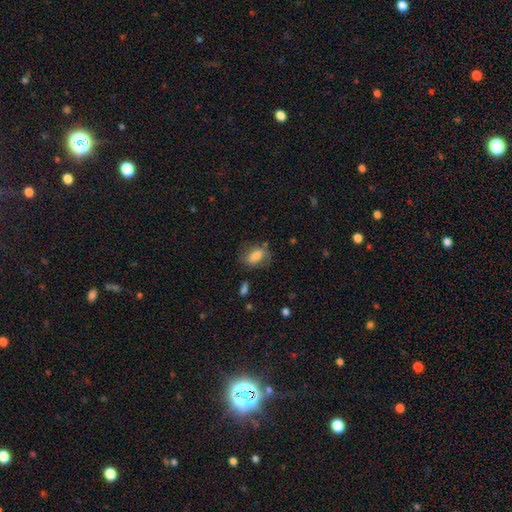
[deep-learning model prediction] Morphology: type=smooth (76%); roundness=in between (83%); merging=none (66%).